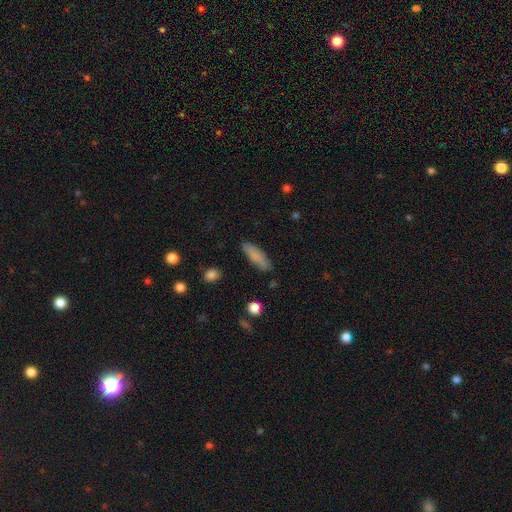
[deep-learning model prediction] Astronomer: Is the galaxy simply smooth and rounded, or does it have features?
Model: smooth — 83%.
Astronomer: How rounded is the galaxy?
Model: cigar-shaped — 59% (runner-up: in between, 39%).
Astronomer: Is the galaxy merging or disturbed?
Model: none — 84%.